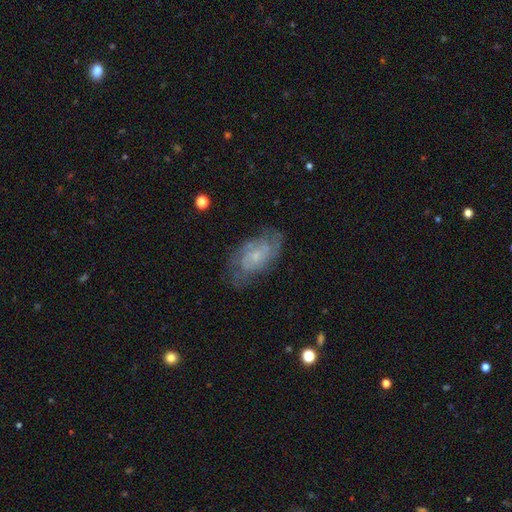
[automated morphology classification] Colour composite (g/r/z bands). It shows a featured or disk galaxy (69%) with no bar (68%), tight (49%) spiral arms (85%) and a small central bulge (59%). Merging: none (67%).